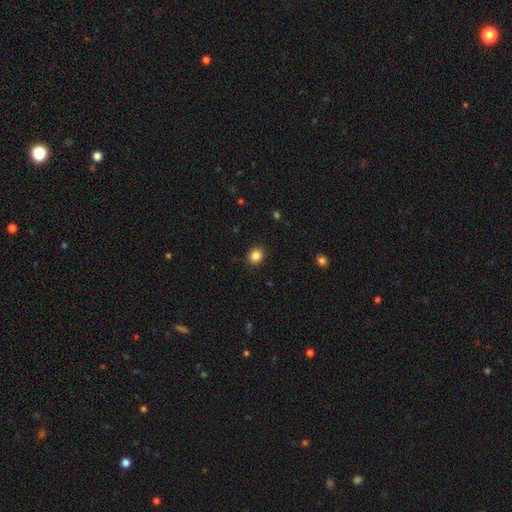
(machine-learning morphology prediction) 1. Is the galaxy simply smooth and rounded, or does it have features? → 85% smooth, 11% star or artifact, 4% featured or disk.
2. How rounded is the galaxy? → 73% round, 26% in between, 1% cigar-shaped.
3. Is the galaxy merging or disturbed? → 91% none, 6% minor disturbance, 2% major disturbance, 1% merger.